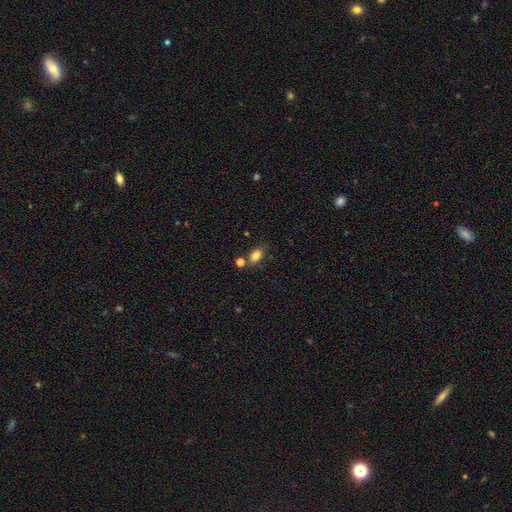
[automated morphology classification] smooth_or_featured: smooth (p=0.81) [alt: star or artifact p=0.10]
how_rounded: in between (p=0.84) [alt: round p=0.14]
merging: none (p=0.71) [alt: merger p=0.13]